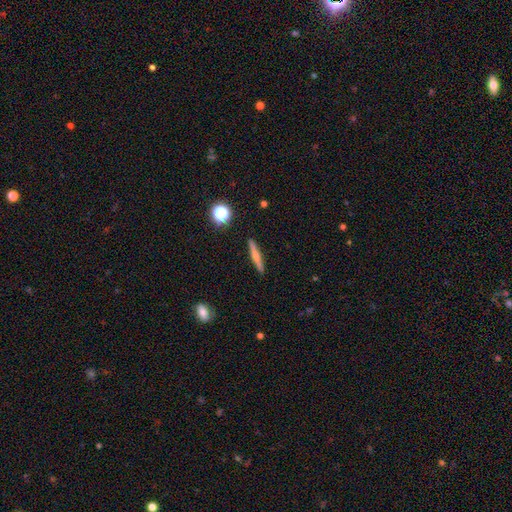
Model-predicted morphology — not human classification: type=smooth (57%); roundness=cigar-shaped (92%); merging=none (90%).